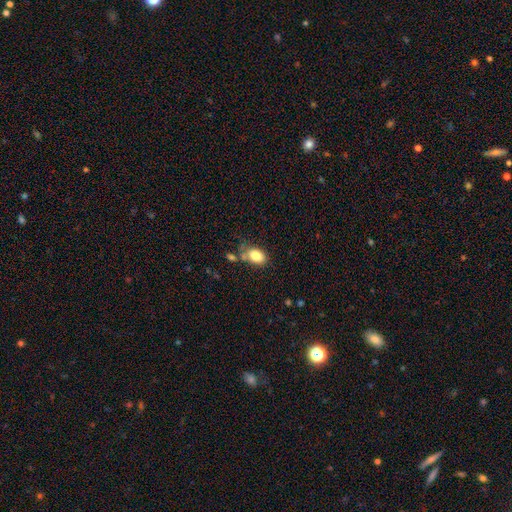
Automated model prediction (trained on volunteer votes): smooth-or-featured: smooth: 83% | featured or disk: 9% | star or artifact: 8%
  how-rounded: in between: 86% | round: 13% | cigar-shaped: 2%
  merging: none: 55% | minor disturbance: 21% | merger: 17% | major disturbance: 7%